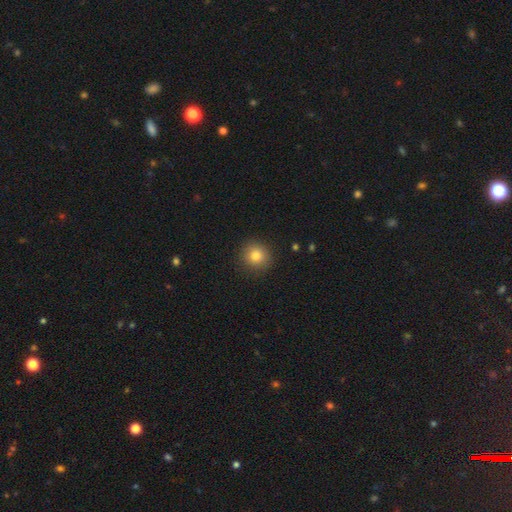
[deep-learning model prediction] The model was most divided on "smooth or featured": smooth: 81%, star or artifact: 11%, featured or disk: 7%. More confident: how rounded — round (93%); merging — none (90%).